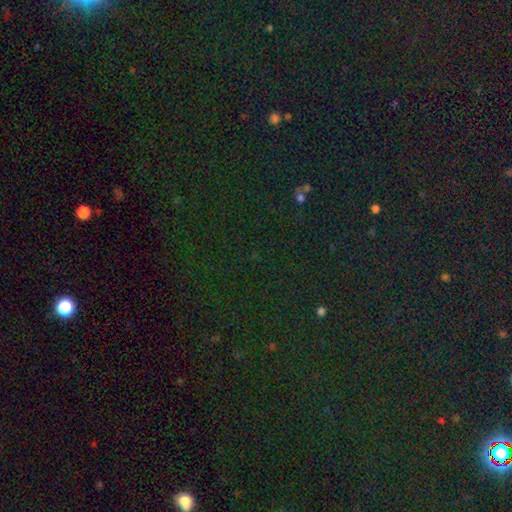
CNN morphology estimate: type=star or artifact (78%).